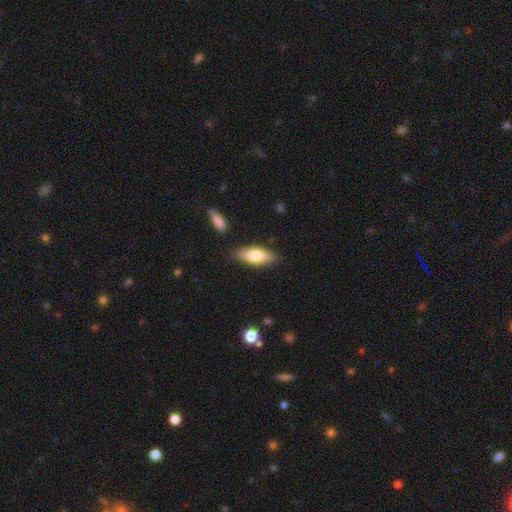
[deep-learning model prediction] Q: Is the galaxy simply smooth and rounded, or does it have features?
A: smooth — 75%.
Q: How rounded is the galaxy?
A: in between — 69%.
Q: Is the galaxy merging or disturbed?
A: none — 82%.